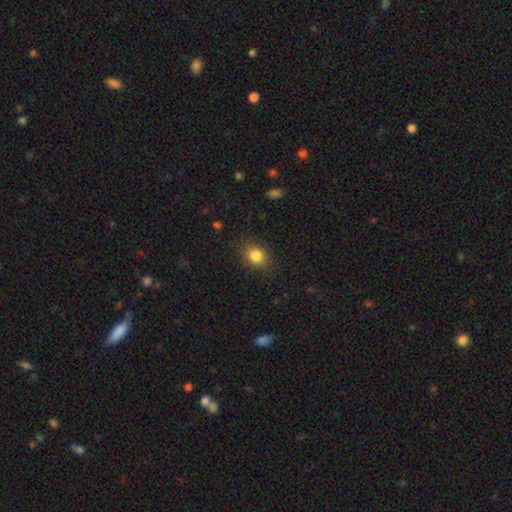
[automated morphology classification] A smooth galaxy with no disk features (83%) that is in between round and cigar-shaped (50%). Merging: none (83%).